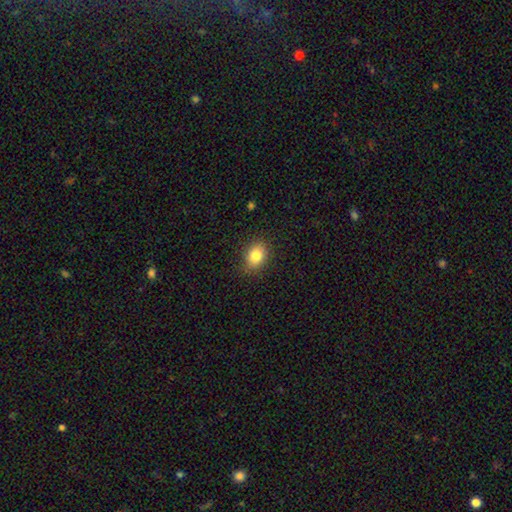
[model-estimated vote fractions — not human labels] A smooth galaxy with no disk features (83%) that is in between round and cigar-shaped (61%).

Vote fractions:
- Smooth or featured? smooth: 83% / star or artifact: 10% / featured or disk: 7%
- How rounded? in between: 61% / round: 38% / cigar-shaped: 1%
- Merging? none: 85% / minor disturbance: 11% / major disturbance: 3% / merger: 1%